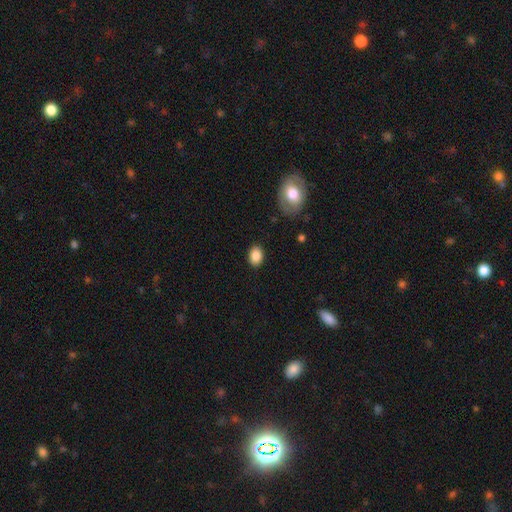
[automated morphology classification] Smooth or featured: smooth — 87% (star or artifact — 8%)
How rounded: in between — 74% (round — 24%)
Merging: none — 87% (minor disturbance — 9%)